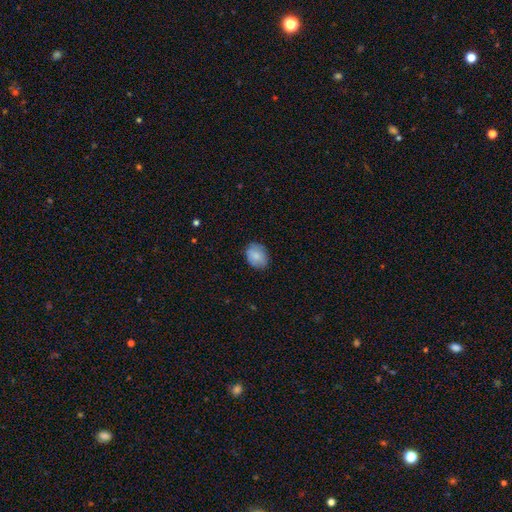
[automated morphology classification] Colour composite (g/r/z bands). It shows a smooth galaxy with no disk features (82%) that is in between round and cigar-shaped (65%). Merging: none (81%).